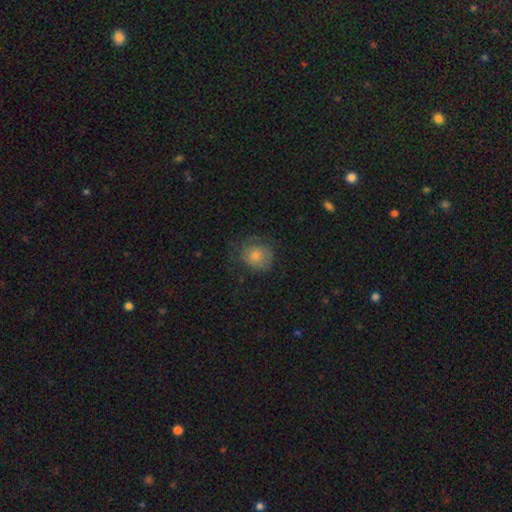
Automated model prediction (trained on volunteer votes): Smooth or featured: smooth — 64% (featured or disk — 25%)
How rounded: round — 79% (in between — 20%)
Merging: none — 65% (minor disturbance — 22%)